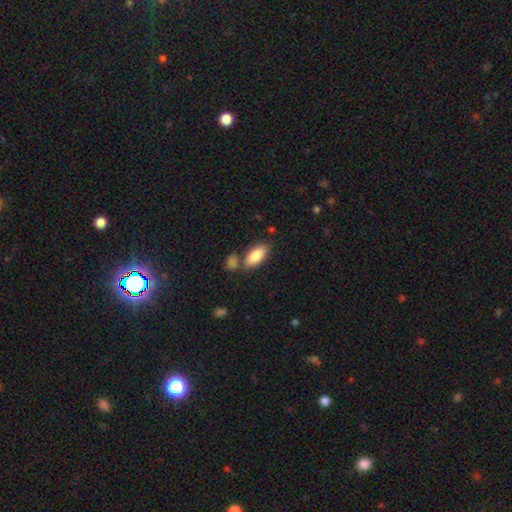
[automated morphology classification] This is clearly a smooth galaxy (86%). How rounded: clearly in between (89%). Merging: likely none (65%).